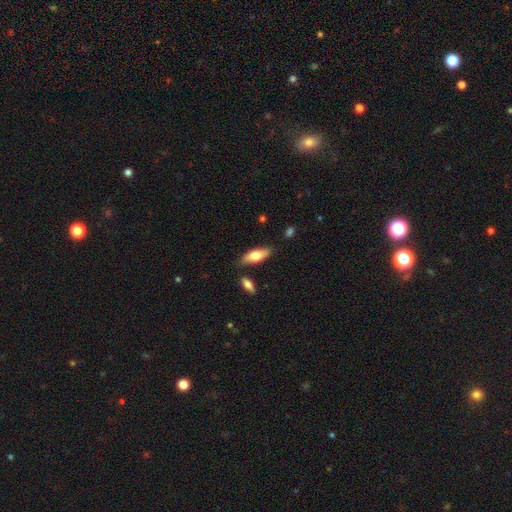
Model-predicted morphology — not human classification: Q: Smooth or featured?
A: smooth (69%); runner-up: featured or disk (25%)
Q: How rounded?
A: in between (68%); runner-up: cigar-shaped (29%)
Q: Merging?
A: none (79%); runner-up: minor disturbance (13%)